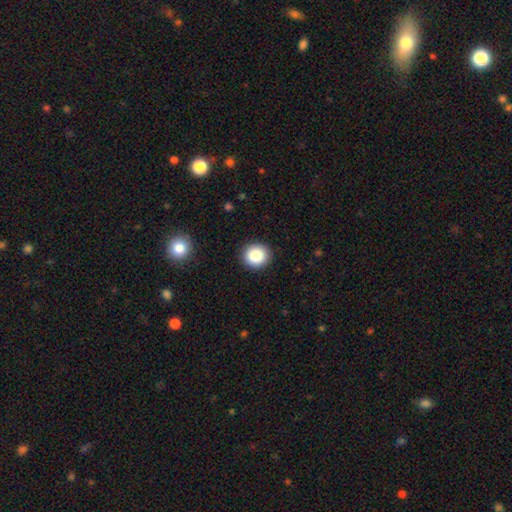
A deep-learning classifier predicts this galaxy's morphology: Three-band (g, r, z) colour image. It shows a smooth galaxy with no disk features (87%) that is round (87%). Merging: none (91%).